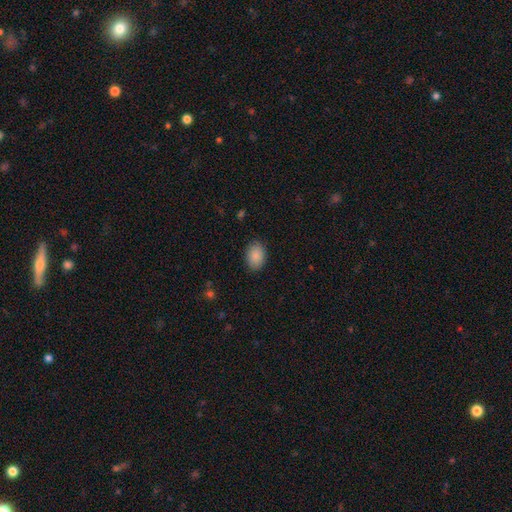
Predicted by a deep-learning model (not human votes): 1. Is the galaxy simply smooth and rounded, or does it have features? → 89% smooth, 7% star or artifact, 4% featured or disk.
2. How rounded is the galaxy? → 79% in between, 20% round, 1% cigar-shaped.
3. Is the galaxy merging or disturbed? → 86% none, 10% minor disturbance, 3% major disturbance, 1% merger.